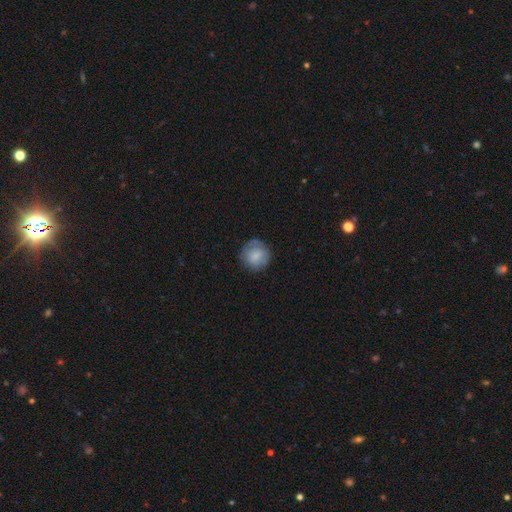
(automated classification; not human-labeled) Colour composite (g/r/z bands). It shows a smooth galaxy with no disk features (76%) that is round (90%). Merging: none (74%).